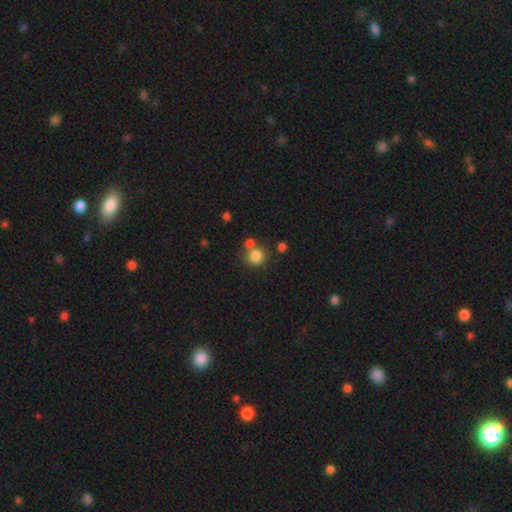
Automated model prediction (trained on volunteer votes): Smooth or featured? smooth (83%)
How rounded? round (90%)
Merging? none (65%)